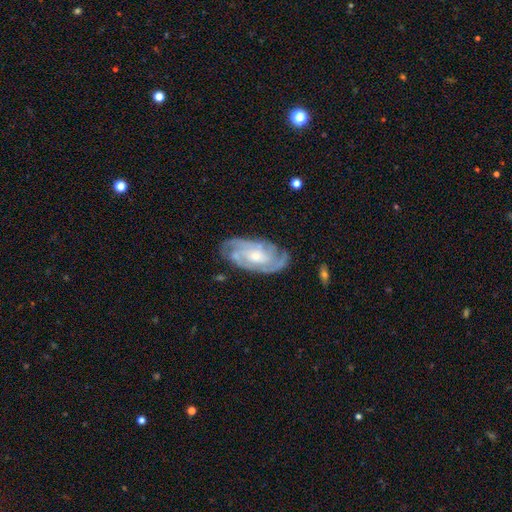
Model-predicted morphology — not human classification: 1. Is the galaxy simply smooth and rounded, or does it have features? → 87% featured or disk, 8% smooth, 5% star or artifact.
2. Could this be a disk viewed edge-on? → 95% no, 5% yes.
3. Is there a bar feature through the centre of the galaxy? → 61% no, 32% weak, 8% strong.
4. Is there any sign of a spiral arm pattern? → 97% yes, 3% no.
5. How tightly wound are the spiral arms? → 64% tight, 31% medium, 5% loose.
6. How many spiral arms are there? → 32% 3, 27% 2, 19% can't tell, 13% 4, 5% more than 4, 5% 1.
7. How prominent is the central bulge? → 48% moderate, 44% small, 4% large, 3% none, 1% dominant.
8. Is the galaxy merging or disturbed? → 77% none, 17% minor disturbance, 5% major disturbance, 1% merger.